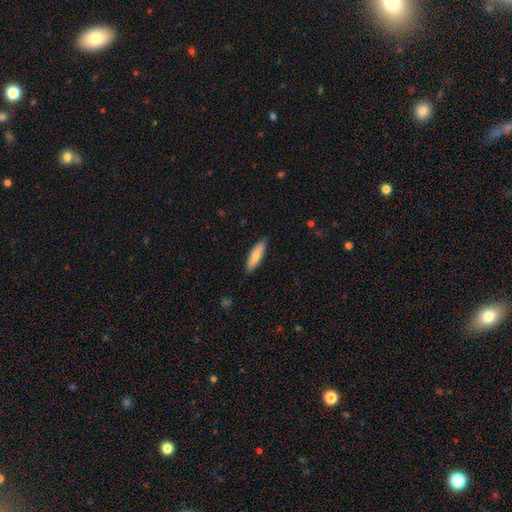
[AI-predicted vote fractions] This is likely a smooth galaxy (79%). How rounded: possibly cigar-shaped (55%). Merging: clearly none (87%).